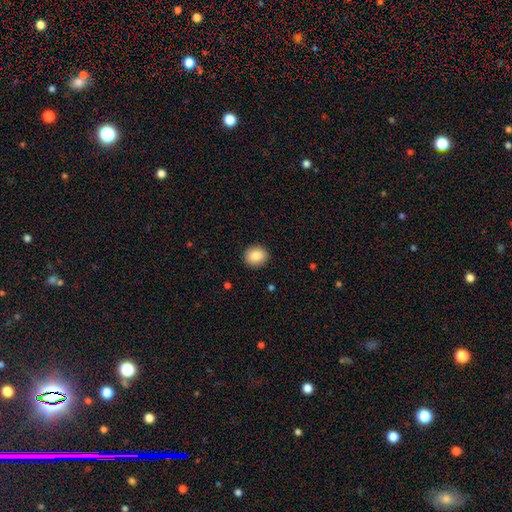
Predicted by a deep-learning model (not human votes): A smooth galaxy with no disk features (86%) that is round (77%). Merging: none (91%).